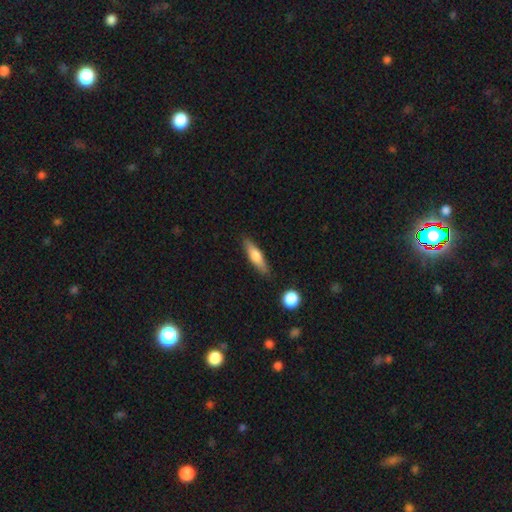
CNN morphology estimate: The model was most divided on "smooth or featured": smooth: 59%, featured or disk: 35%, star or artifact: 6%. More confident: merging — none (85%); how rounded — cigar-shaped (70%).